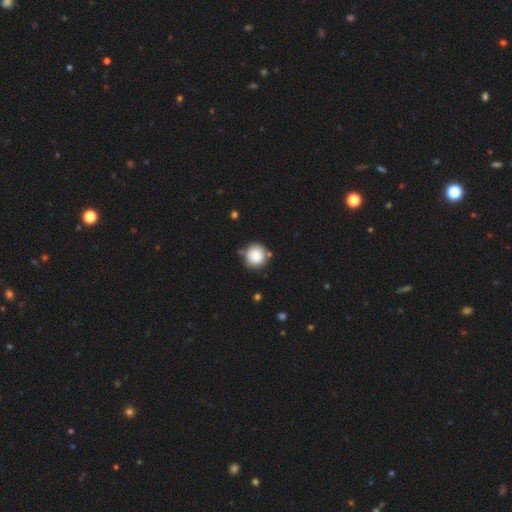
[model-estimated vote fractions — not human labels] smooth_or_featured: smooth (p=0.86) [alt: star or artifact p=0.09]
how_rounded: round (p=0.92) [alt: in between p=0.07]
merging: none (p=0.77) [alt: minor disturbance p=0.14]